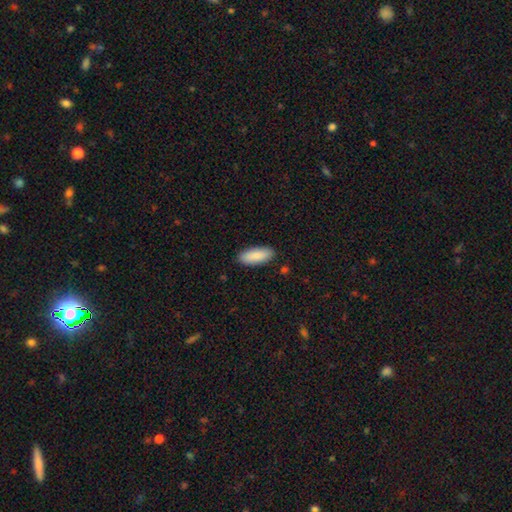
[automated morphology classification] Smooth or featured: smooth — 89% (star or artifact — 6%)
How rounded: in between — 75% (cigar-shaped — 23%)
Merging: none — 89% (minor disturbance — 8%)